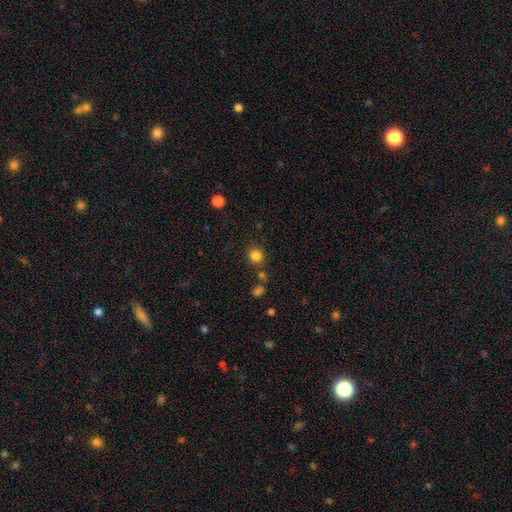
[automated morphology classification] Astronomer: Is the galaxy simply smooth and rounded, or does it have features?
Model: smooth — 83%.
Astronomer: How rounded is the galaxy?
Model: round — 90%.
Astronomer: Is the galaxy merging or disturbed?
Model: none — 81%.